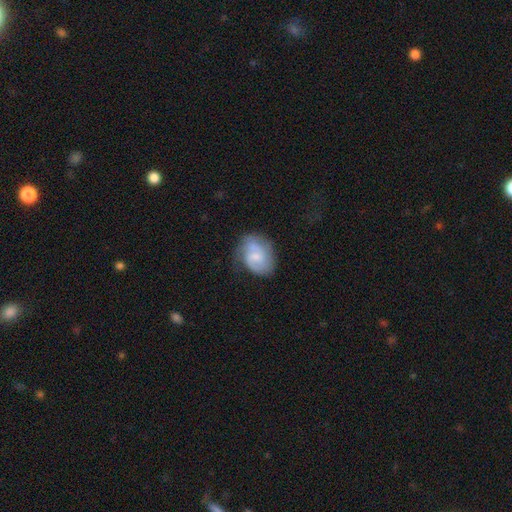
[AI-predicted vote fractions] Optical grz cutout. It shows a featured or disk galaxy (53%) with no bar (49%), spiral arms (84%) and a small central bulge (51%). Merging: none (56%).